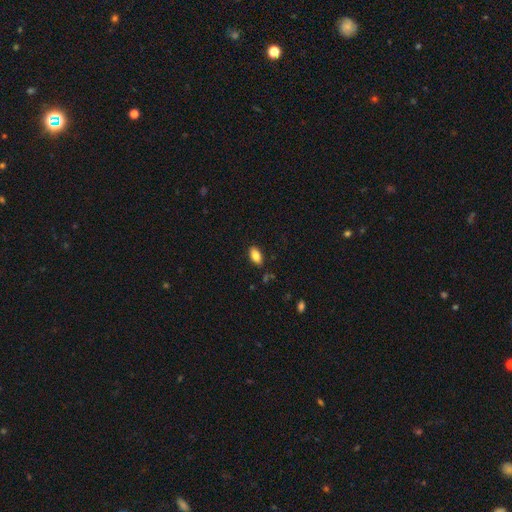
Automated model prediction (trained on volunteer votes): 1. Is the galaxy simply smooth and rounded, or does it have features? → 84% smooth, 8% star or artifact, 8% featured or disk.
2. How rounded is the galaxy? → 91% in between, 5% cigar-shaped, 4% round.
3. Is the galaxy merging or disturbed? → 86% none, 11% minor disturbance, 2% major disturbance, 2% merger.